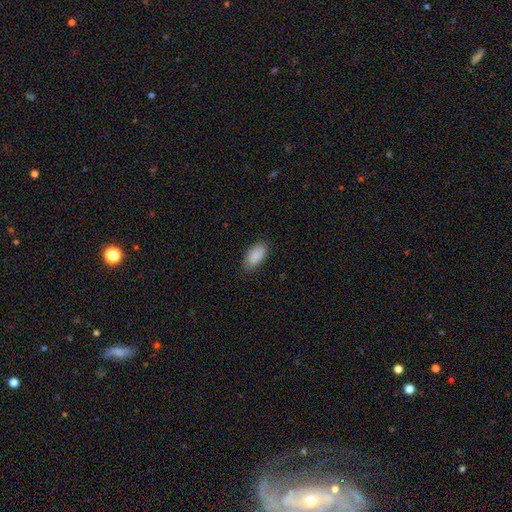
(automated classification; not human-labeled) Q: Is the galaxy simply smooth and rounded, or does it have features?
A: smooth — 90%.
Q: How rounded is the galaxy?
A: in between — 92%.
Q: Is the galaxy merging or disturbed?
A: none — 82%.